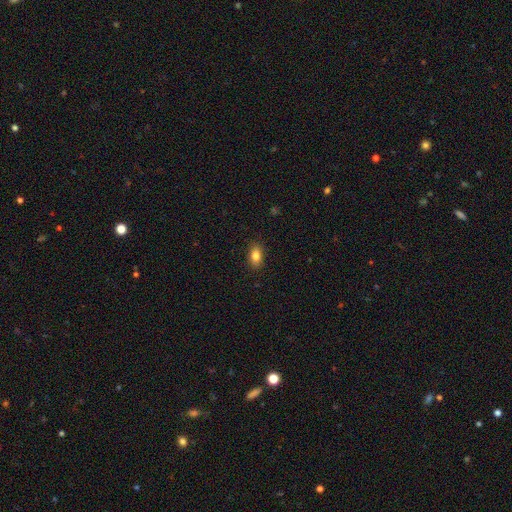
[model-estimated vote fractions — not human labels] Overall: smooth (84%). How rounded: in between (87%). Merging: none (88%).